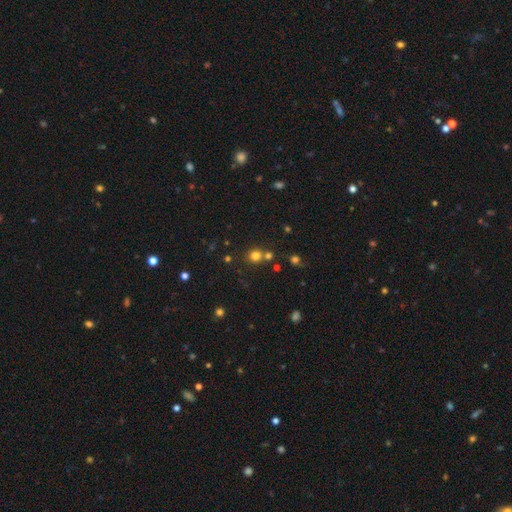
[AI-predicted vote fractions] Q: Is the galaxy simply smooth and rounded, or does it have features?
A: smooth — 75%.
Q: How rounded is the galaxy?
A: round — 89%.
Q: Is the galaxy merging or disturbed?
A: none — 70%.